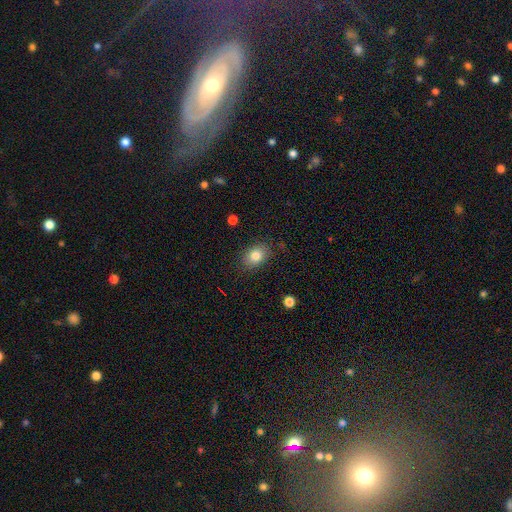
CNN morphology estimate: smooth-or-featured: smooth: 82% | star or artifact: 9% | featured or disk: 9%
  how-rounded: in between: 73% | round: 26% | cigar-shaped: 1%
  merging: none: 84% | minor disturbance: 12% | major disturbance: 3% | merger: 1%